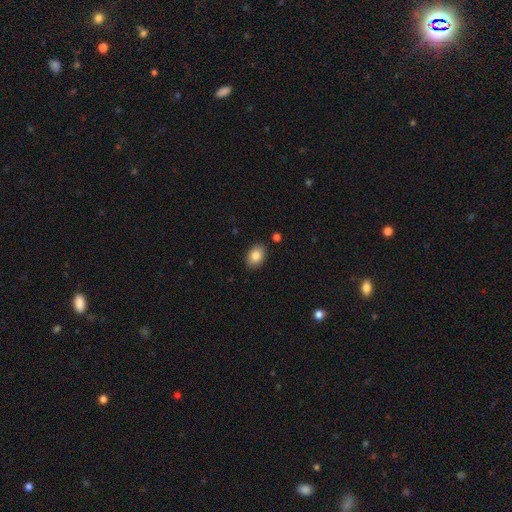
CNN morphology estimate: This appears to be a smooth galaxy with no disk features (84%) that is in between round and cigar-shaped (85%). Merging: none (87%).